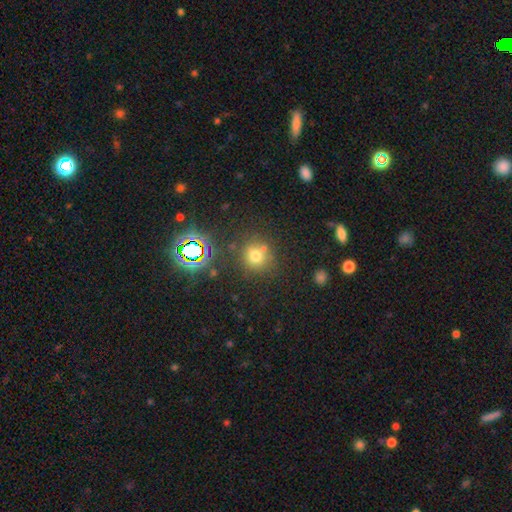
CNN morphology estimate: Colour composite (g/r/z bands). It shows a smooth galaxy with no disk features (67%) that is round (87%). Merging: none (71%).